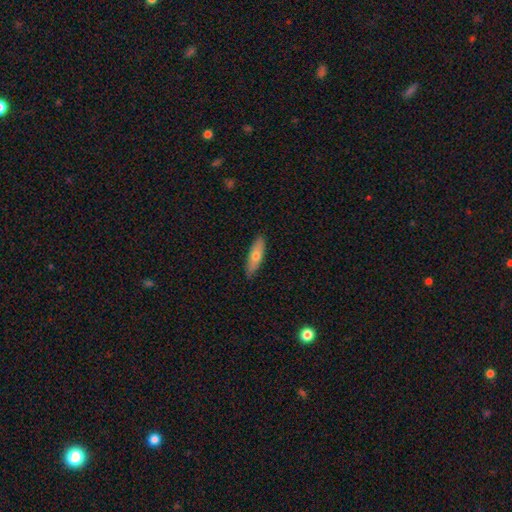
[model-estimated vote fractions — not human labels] This appears to be a smooth galaxy with no disk features (63%) that is cigar-shaped (59%). Merging: none (88%).